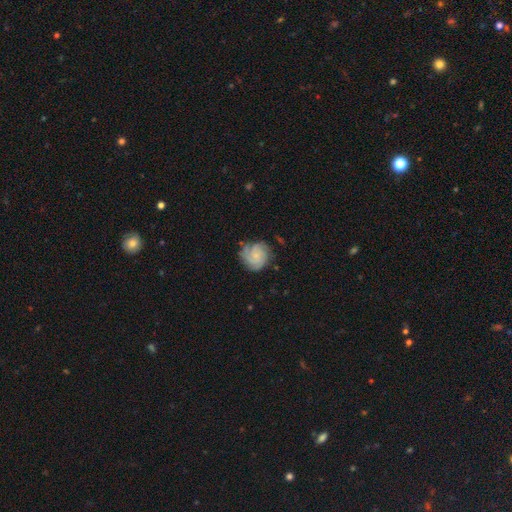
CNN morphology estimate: Smooth or featured? Predicted: featured or disk (p=0.72). Edge-on disk? Predicted: no (p=0.98). Bar? Predicted: no (p=0.76). Spiral arms? Predicted: yes (p=0.95). Spiral winding? Predicted: tight (p=0.66). Spiral arm count? Predicted: 3 (p=0.33). Bulge size? Predicted: small (p=0.67). Merging? Predicted: none (p=0.72).